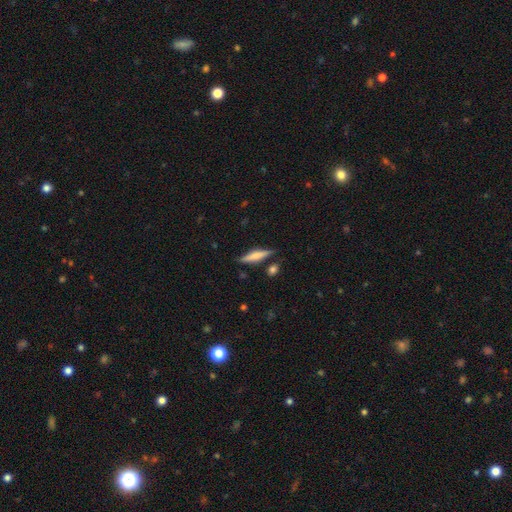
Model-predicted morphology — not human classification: This appears to be a smooth galaxy with no disk features (49%). Merging: none (81%).